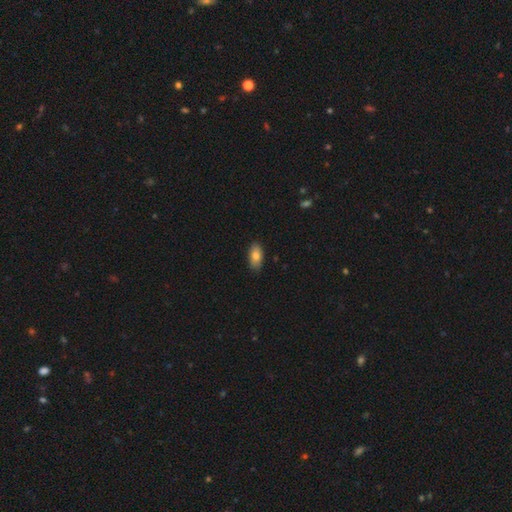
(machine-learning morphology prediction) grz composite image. It shows a smooth galaxy with no disk features (80%) that is in between round and cigar-shaped (90%). Merging: none (87%).